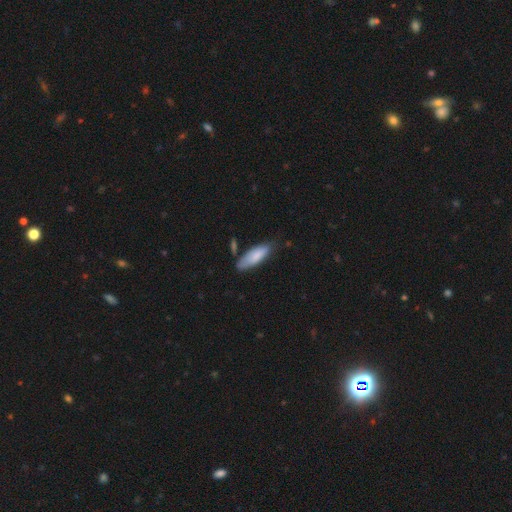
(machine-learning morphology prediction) This appears to be a smooth galaxy with no disk features (80%) that is in between round and cigar-shaped (62%). Merging: none (64%).